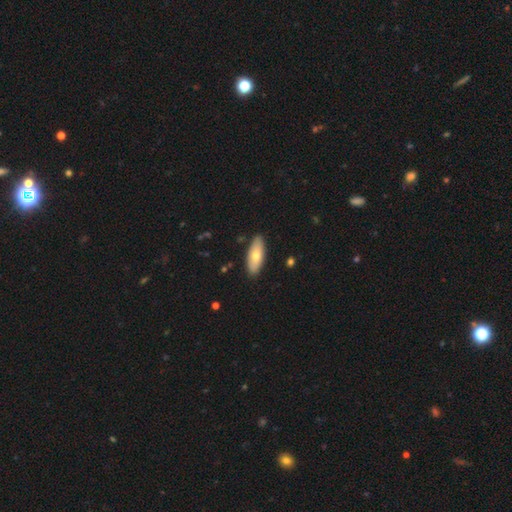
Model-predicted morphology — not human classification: Smooth or featured? Predicted: smooth (p=0.70). How rounded? Predicted: in between (p=0.75). Merging? Predicted: none (p=0.88).